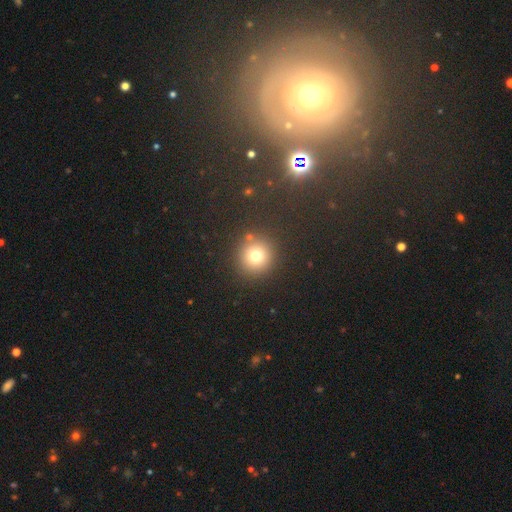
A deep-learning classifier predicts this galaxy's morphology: Q: Smooth or featured?
A: smooth (74%); runner-up: star or artifact (17%)
Q: How rounded?
A: round (94%); runner-up: in between (5%)
Q: Merging?
A: none (86%); runner-up: minor disturbance (6%)